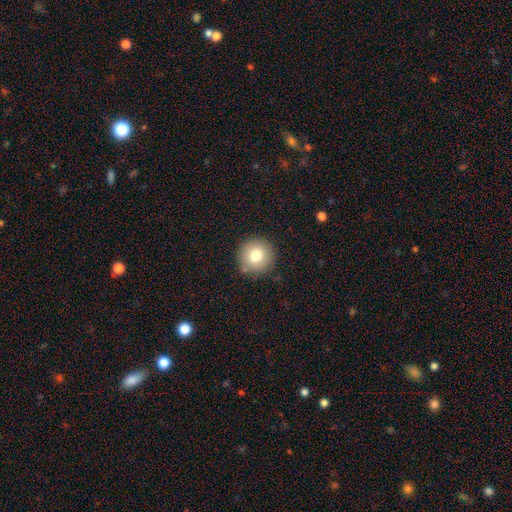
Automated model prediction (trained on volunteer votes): Overall: smooth (78%). How rounded: round (93%). Merging: none (85%).